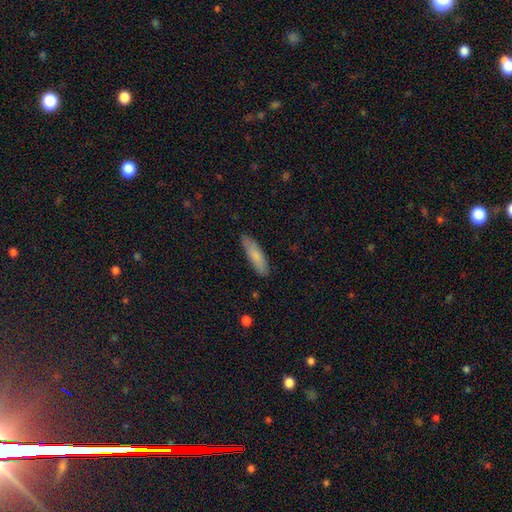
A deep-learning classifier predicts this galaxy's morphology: This appears to be a smooth galaxy with no disk features (80%) that is cigar-shaped (67%). Merging: none (82%).